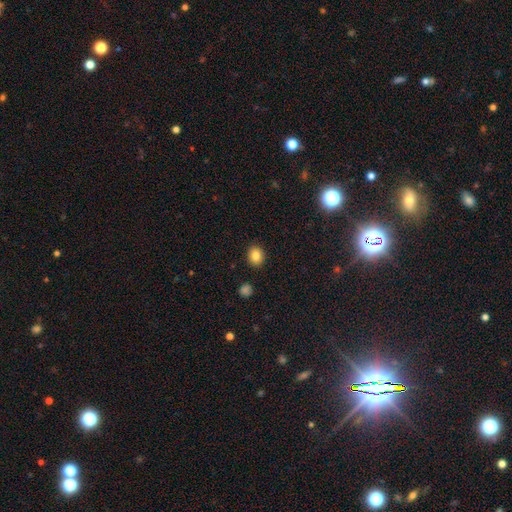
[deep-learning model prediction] Morphology: type=smooth (85%); roundness=round (55%); merging=none (90%).